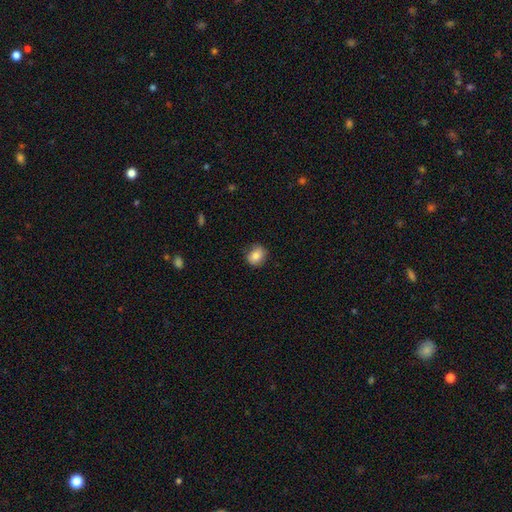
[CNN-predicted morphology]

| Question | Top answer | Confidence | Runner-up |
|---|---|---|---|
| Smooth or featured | smooth | 82% | star or artifact (9%) |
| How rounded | round | 72% | in between (27%) |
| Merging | none | 80% | minor disturbance (16%) |